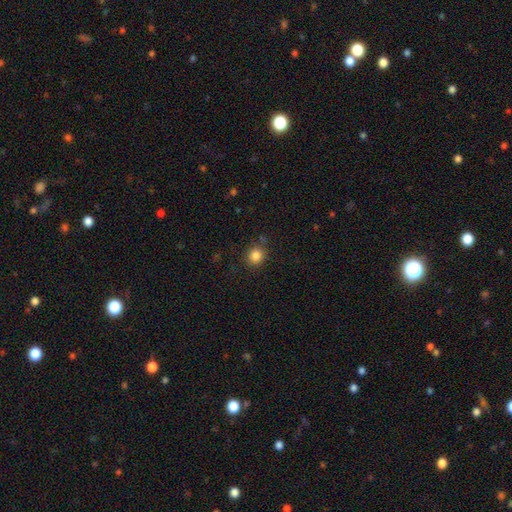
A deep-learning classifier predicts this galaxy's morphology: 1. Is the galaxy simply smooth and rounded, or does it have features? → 84% smooth, 11% star or artifact, 4% featured or disk.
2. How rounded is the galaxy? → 85% round, 14% in between, 1% cigar-shaped.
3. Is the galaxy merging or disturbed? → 83% none, 10% minor disturbance, 3% merger, 3% major disturbance.